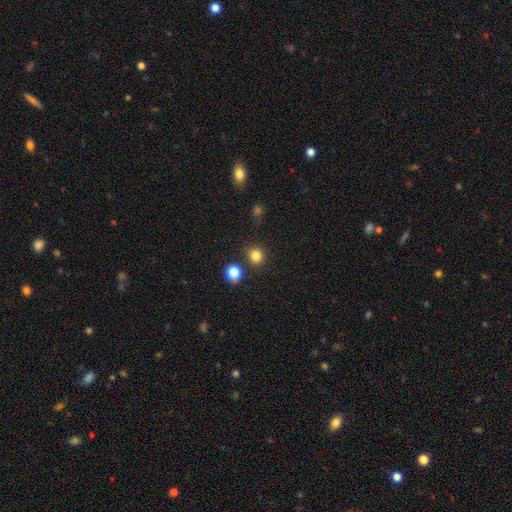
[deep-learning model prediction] This is clearly a smooth galaxy (82%). How rounded: clearly round (90%). Merging: clearly none (84%).